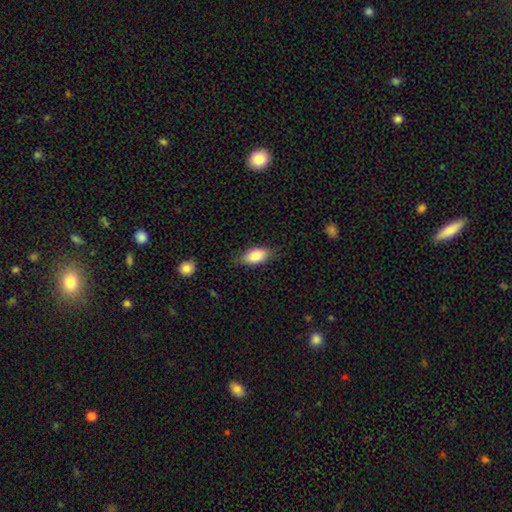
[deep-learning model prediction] Smooth or featured? smooth (83%)
How rounded? in between (90%)
Merging? none (77%)